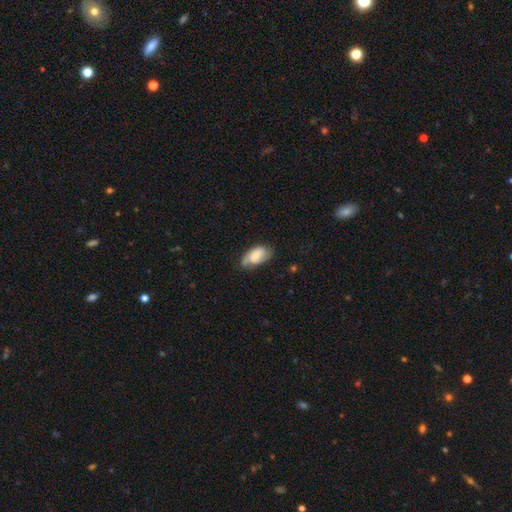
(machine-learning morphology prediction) A smooth galaxy with no disk features (59%) that is in between round and cigar-shaped (93%).

Vote fractions:
- Smooth or featured? smooth: 59% / featured or disk: 34% / star or artifact: 7%
- How rounded? in between: 93% / round: 4% / cigar-shaped: 3%
- Merging? none: 51% / minor disturbance: 34% / major disturbance: 10% / merger: 4%